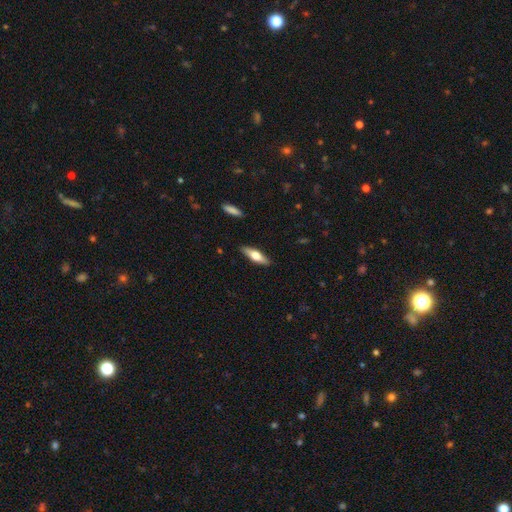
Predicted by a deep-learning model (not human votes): smooth 50%, featured or disk 44%, star or artifact 6%. Down the decision tree: how rounded — cigar-shaped (56%); merging — none (88%).